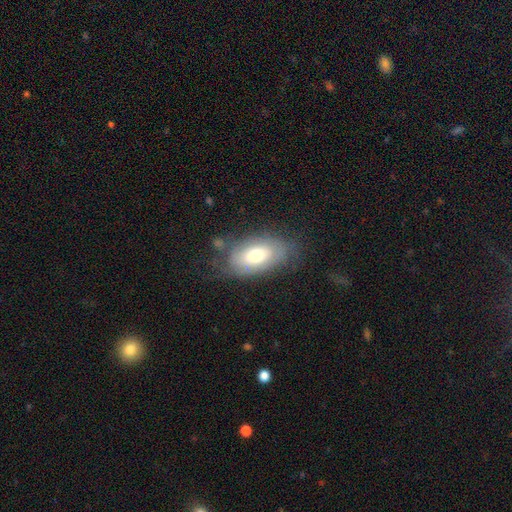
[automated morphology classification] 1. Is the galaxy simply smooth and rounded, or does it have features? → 60% smooth, 33% featured or disk, 7% star or artifact.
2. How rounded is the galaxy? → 92% in between, 4% round, 4% cigar-shaped.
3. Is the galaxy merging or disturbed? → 65% none, 22% minor disturbance, 10% major disturbance, 3% merger.